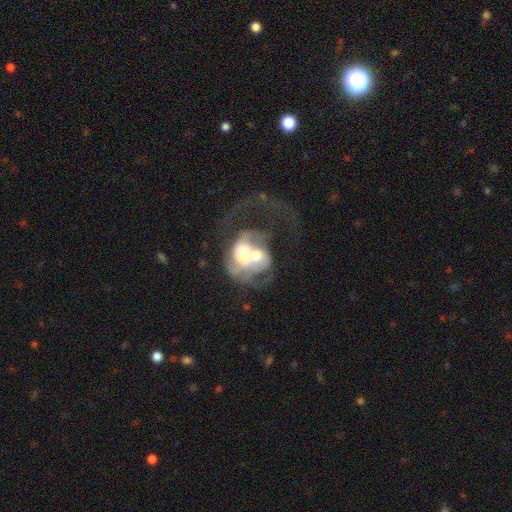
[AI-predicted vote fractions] This is likely a featured or disk galaxy (63%). It is clearly not viewed edge-on (97%). Bar: likely no (78%). Spiral arm pattern: possibly no (57%). Central bulge: possibly moderate (51%). Merging: likely merger (70%).